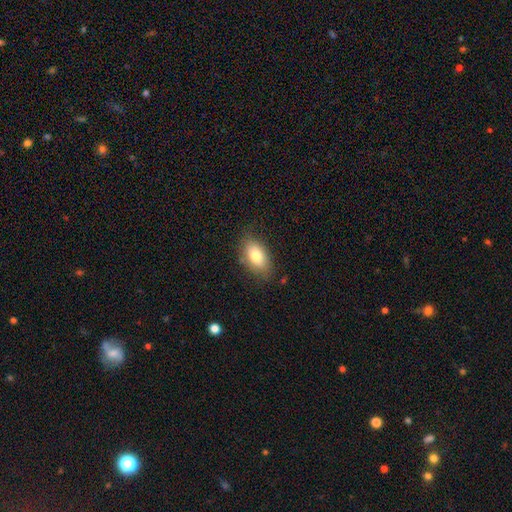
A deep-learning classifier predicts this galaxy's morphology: The model was most divided on "merging": none: 77%, minor disturbance: 17%, major disturbance: 4%, merger: 2%. More confident: how rounded — in between (90%); smooth or featured — smooth (79%).